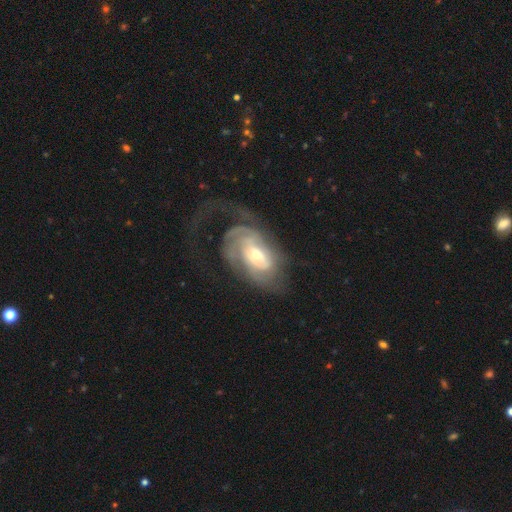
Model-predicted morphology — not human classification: Q: Smooth or featured?
A: featured or disk (81%); runner-up: smooth (13%)
Q: Edge-on disk?
A: no (96%); runner-up: yes (4%)
Q: Bar?
A: no (50%); runner-up: weak (37%)
Q: Spiral arms?
A: yes (91%); runner-up: no (9%)
Q: Spiral winding?
A: tight (47%); runner-up: medium (33%)
Q: Spiral arm count?
A: can't tell (34%); runner-up: 2 (29%)
Q: Bulge size?
A: moderate (51%); runner-up: small (41%)
Q: Merging?
A: major disturbance (45%); runner-up: none (36%)